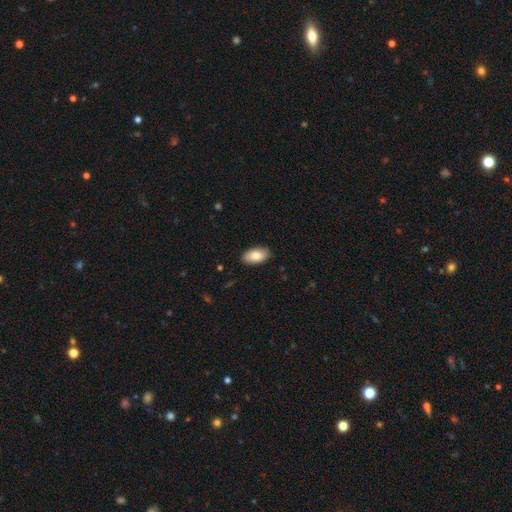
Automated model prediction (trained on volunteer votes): Smooth or featured: smooth — 82% (featured or disk — 12%)
How rounded: in between — 95% (round — 3%)
Merging: none — 89% (minor disturbance — 8%)